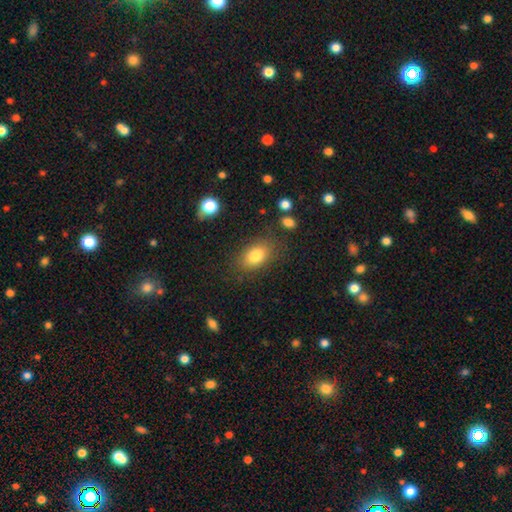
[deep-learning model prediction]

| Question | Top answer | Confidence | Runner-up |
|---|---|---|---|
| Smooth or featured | smooth | 81% | featured or disk (10%) |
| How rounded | in between | 83% | round (15%) |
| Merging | none | 79% | minor disturbance (14%) |